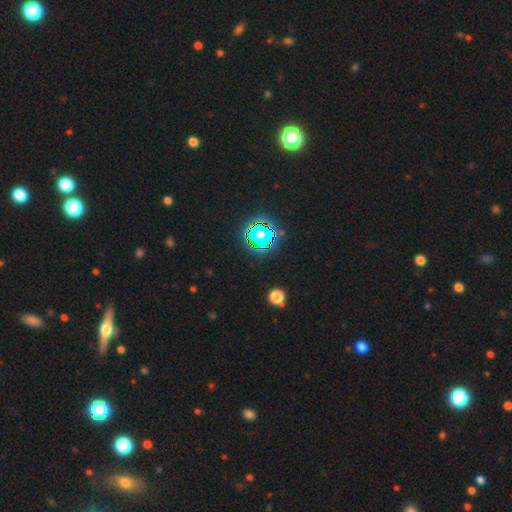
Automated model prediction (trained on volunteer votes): Smooth or featured?
  - star or artifact: 79% *
  - smooth: 13%
  - featured or disk: 8%